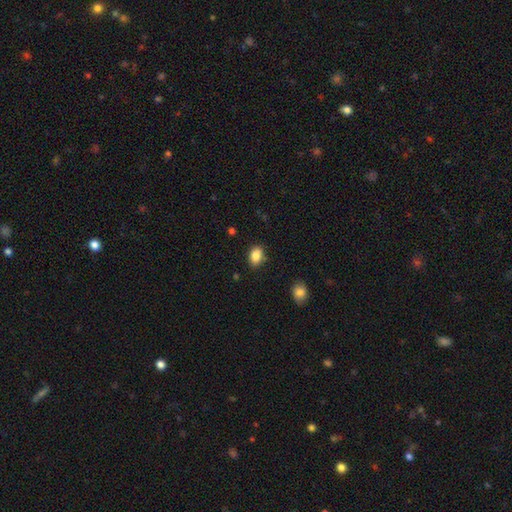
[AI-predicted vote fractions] This is clearly a smooth galaxy (85%). How rounded: clearly in between (82%). Merging: clearly none (82%).